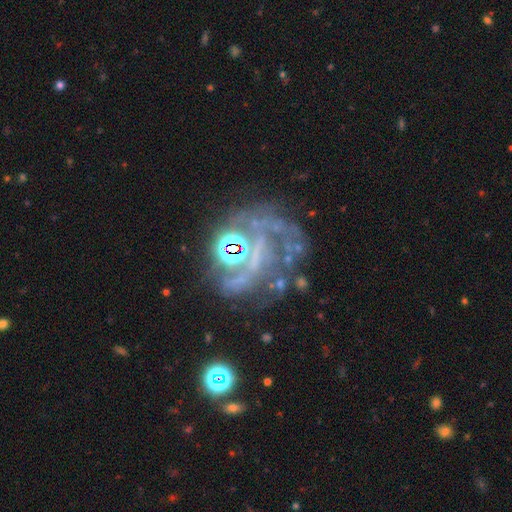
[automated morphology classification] The model was most divided on "spiral arms": yes: 54%, no: 46%. Remaining: edge-on disk — no (96%); smooth or featured — featured or disk (59%); bar — no (52%); bulge size — none (51%); merging — none (42%).